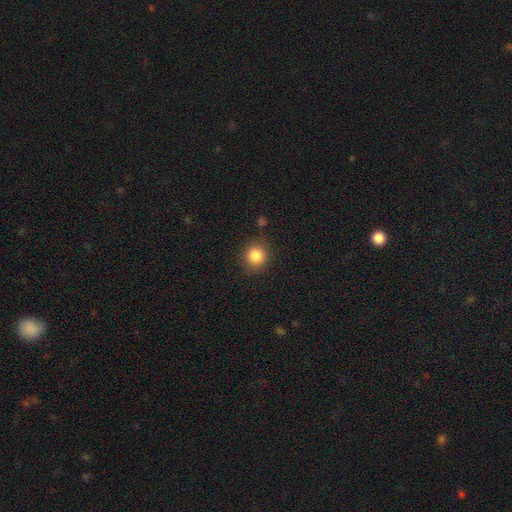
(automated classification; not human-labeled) smooth-or-featured: smooth: 84% | star or artifact: 11% | featured or disk: 5%
  how-rounded: round: 90% | in between: 9% | cigar-shaped: 1%
  merging: none: 87% | minor disturbance: 8% | major disturbance: 3% | merger: 2%